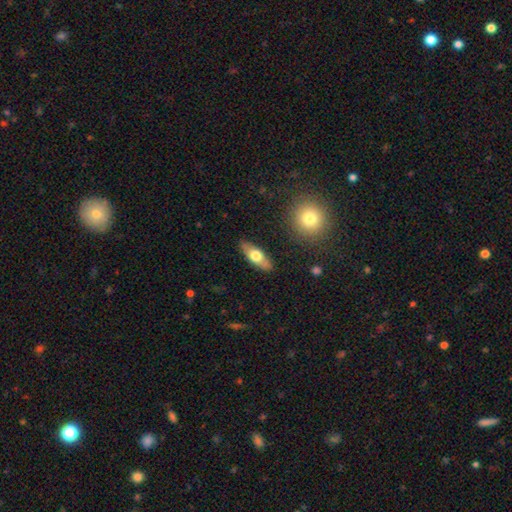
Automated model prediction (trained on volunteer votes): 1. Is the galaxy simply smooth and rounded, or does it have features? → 56% smooth, 38% featured or disk, 6% star or artifact.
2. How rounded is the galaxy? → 64% in between, 32% cigar-shaped, 4% round.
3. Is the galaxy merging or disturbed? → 87% none, 9% minor disturbance, 2% major disturbance, 2% merger.